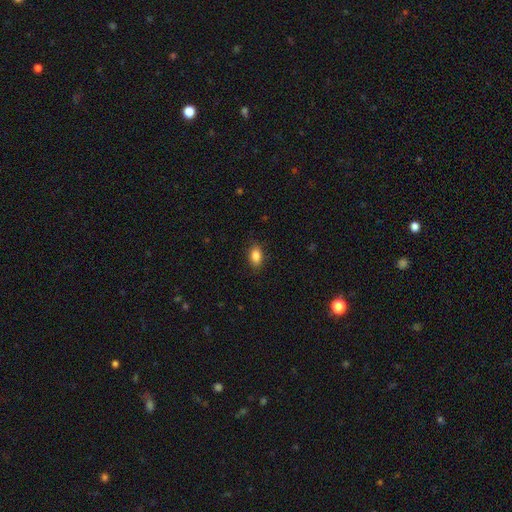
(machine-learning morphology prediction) type=smooth (87%); roundness=in between (89%); merging=none (87%).